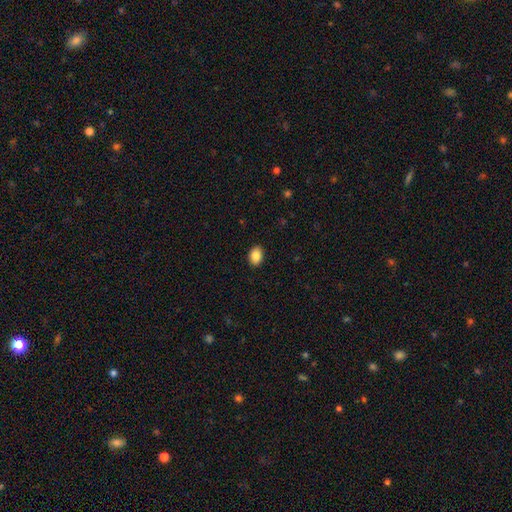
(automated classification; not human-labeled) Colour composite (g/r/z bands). It shows a smooth galaxy with no disk features (87%) that is in between round and cigar-shaped (75%). Merging: none (89%).